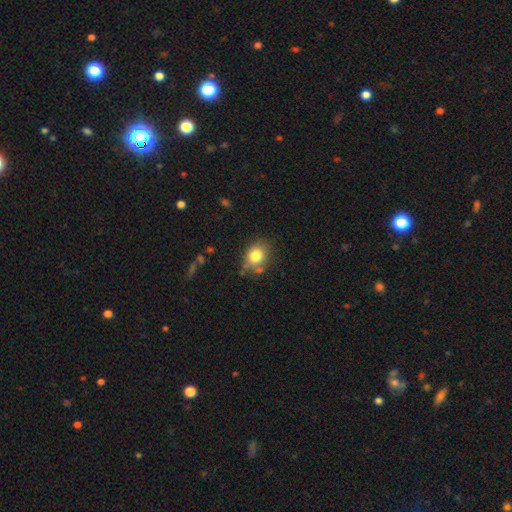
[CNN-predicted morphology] smooth_or_featured: smooth (p=0.81) [alt: star or artifact p=0.10]
how_rounded: round (p=0.50) [alt: in between p=0.49]
merging: none (p=0.66) [alt: minor disturbance p=0.22]